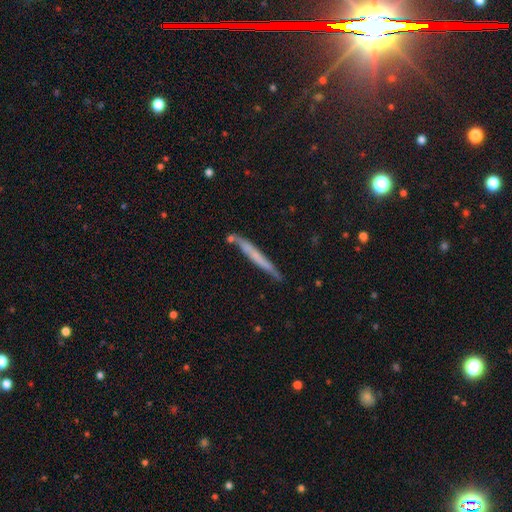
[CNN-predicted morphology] smooth_or_featured: smooth (p=0.51) [alt: featured or disk p=0.42]
how_rounded: cigar-shaped (p=0.97) [alt: in between p=0.02]
merging: none (p=0.80) [alt: minor disturbance p=0.14]